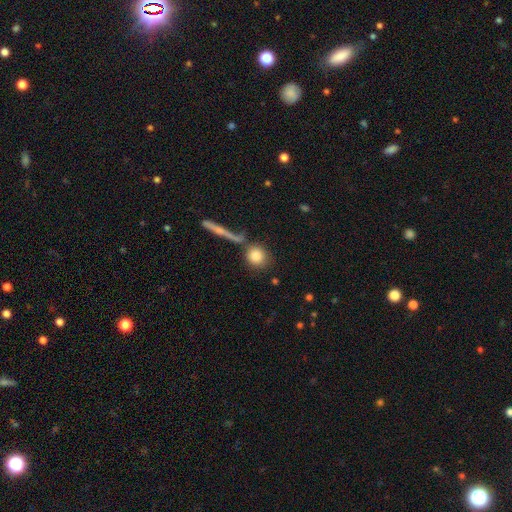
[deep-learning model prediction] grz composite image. It shows a smooth galaxy with no disk features (81%) that is round (83%). Merging: none (69%).